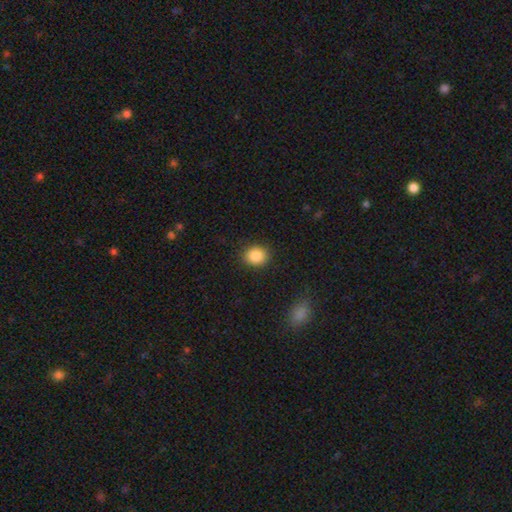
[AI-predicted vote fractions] The model was most divided on "how rounded": round: 66%, in between: 33%, cigar-shaped: 1%. More confident: merging — none (88%); smooth or featured — smooth (87%).